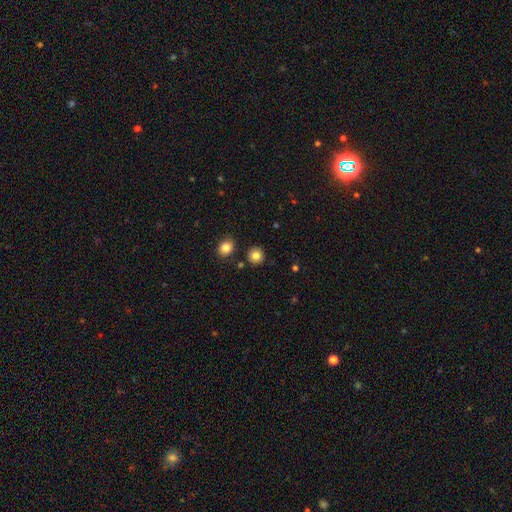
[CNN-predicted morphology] A smooth galaxy with no disk features (83%) that is round (91%).

Vote fractions:
- Smooth or featured? smooth: 83% / star or artifact: 11% / featured or disk: 6%
- How rounded? round: 91% / in between: 8% / cigar-shaped: 1%
- Merging? none: 87% / minor disturbance: 7% / merger: 4% / major disturbance: 2%